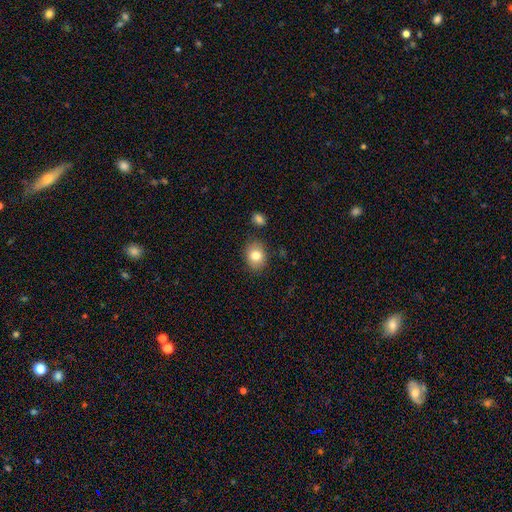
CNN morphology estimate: Q: Smooth or featured?
A: smooth (81%); runner-up: featured or disk (10%)
Q: How rounded?
A: in between (53%); runner-up: round (46%)
Q: Merging?
A: none (84%); runner-up: minor disturbance (11%)